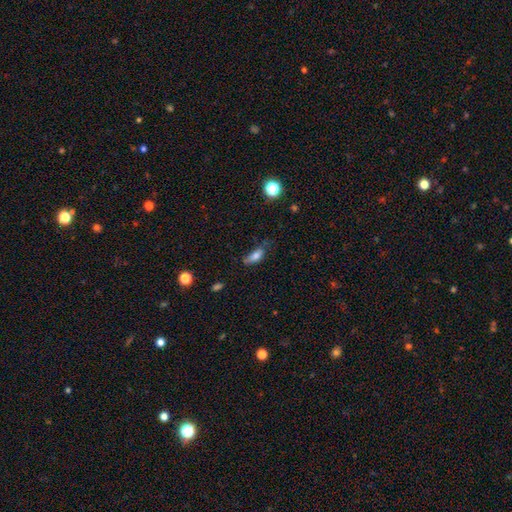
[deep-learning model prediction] Smooth or featured: smooth — 76% (featured or disk — 14%)
How rounded: in between — 74% (cigar-shaped — 22%)
Merging: none — 48% (minor disturbance — 35%)